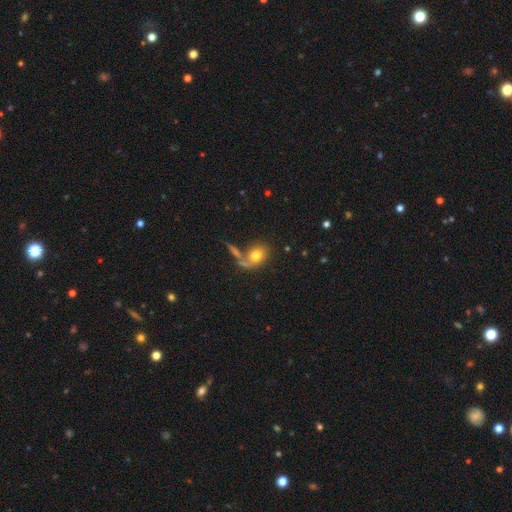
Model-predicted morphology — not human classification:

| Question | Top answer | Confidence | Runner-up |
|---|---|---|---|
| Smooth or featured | smooth | 72% | featured or disk (18%) |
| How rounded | in between | 52% | round (45%) |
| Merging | none | 51% | merger (27%) |